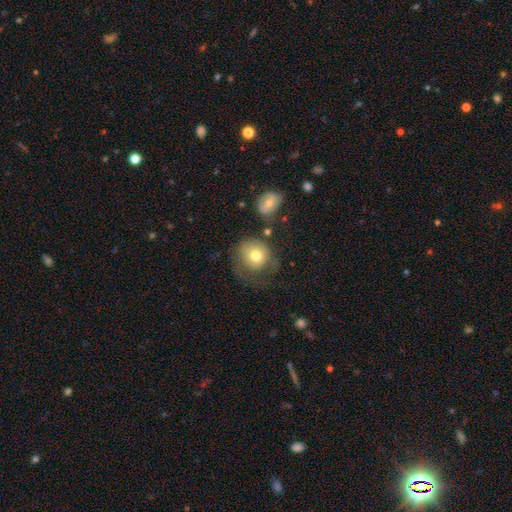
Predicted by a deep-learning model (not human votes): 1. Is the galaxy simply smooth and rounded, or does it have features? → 70% smooth, 21% featured or disk, 8% star or artifact.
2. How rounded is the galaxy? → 82% round, 17% in between, 1% cigar-shaped.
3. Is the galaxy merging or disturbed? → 42% none, 30% major disturbance, 22% minor disturbance, 6% merger.